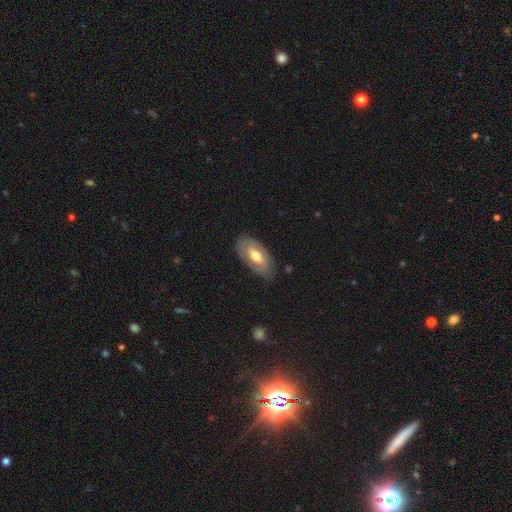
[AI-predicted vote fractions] This is possibly a featured or disk galaxy (51%). It is clearly not viewed edge-on (86%). Merging: likely none (78%).